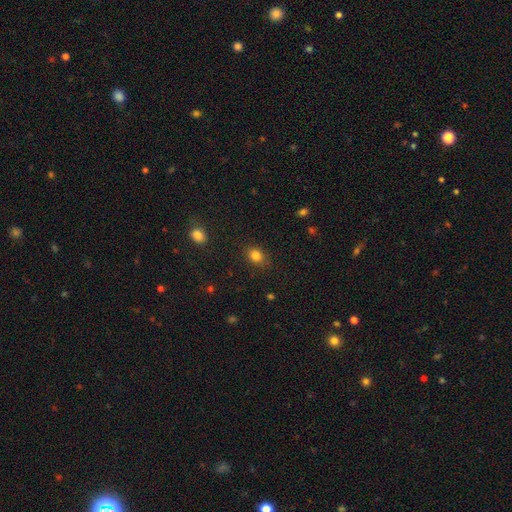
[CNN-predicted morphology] The model was most divided on "how rounded": in between: 55%, round: 44%, cigar-shaped: 1%. More confident: smooth or featured — smooth (82%); merging — none (80%).